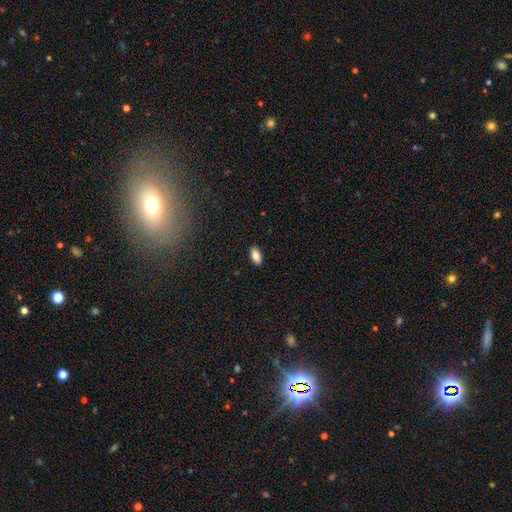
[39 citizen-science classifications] Overall: smooth (87%). How rounded: in between (79%). Merging: none (94%).